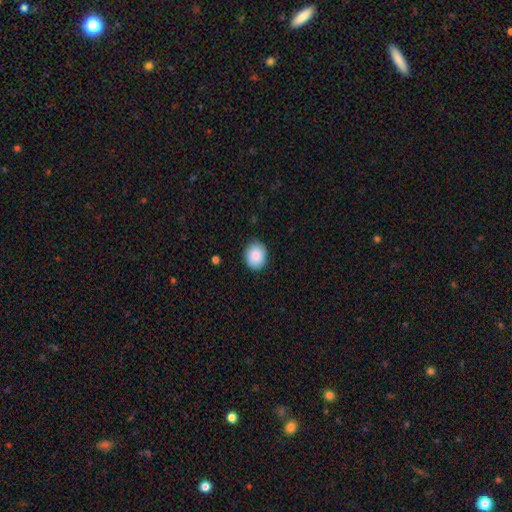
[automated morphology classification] Smooth or featured?
  - smooth: 88% *
  - star or artifact: 7%
  - featured or disk: 5%
How rounded?
  - round: 61% *
  - in between: 38%
  - cigar-shaped: 1%
Merging?
  - none: 86% *
  - minor disturbance: 11%
  - major disturbance: 2%
  - merger: 1%